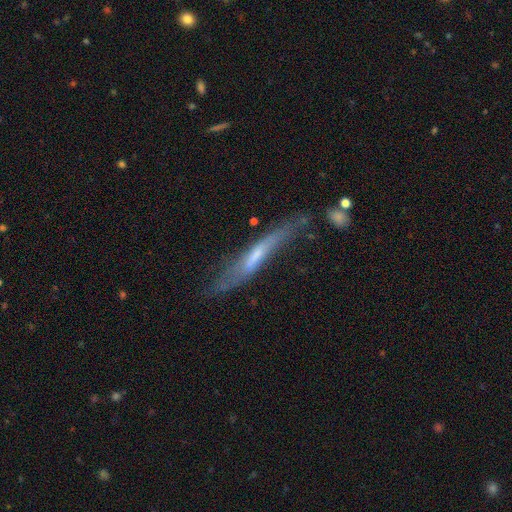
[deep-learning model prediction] smooth_or_featured: featured or disk (p=0.57) [alt: smooth p=0.36]
disk_edge_on: yes (p=0.72) [alt: no p=0.28]
merging: none (p=0.50) [alt: minor disturbance p=0.28]